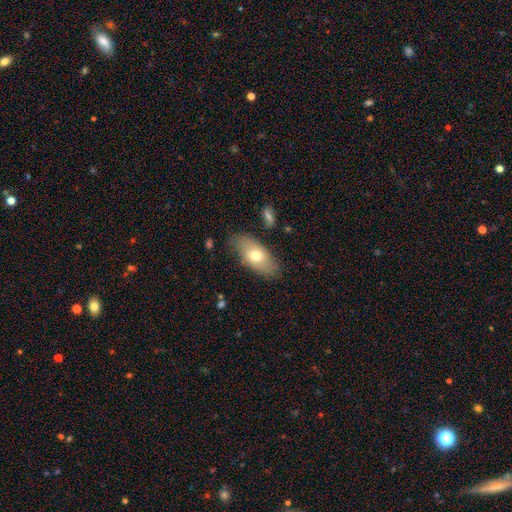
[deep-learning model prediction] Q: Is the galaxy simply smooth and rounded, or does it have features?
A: smooth — 67%.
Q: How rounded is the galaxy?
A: in between — 88%.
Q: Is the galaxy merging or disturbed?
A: none — 79%.